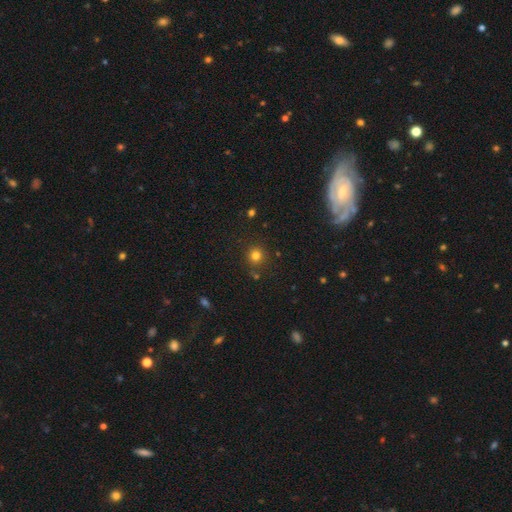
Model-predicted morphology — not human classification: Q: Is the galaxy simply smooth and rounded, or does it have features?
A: smooth — 78%.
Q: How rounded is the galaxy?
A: round — 92%.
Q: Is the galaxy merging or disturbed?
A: none — 84%.